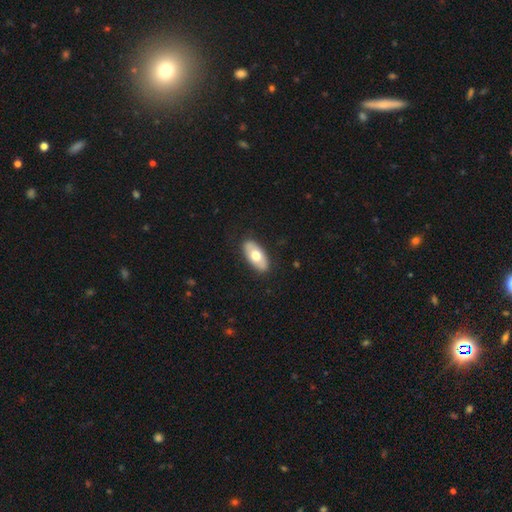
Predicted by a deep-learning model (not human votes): This is likely a smooth galaxy (66%). How rounded: clearly in between (91%). Merging: clearly none (88%).